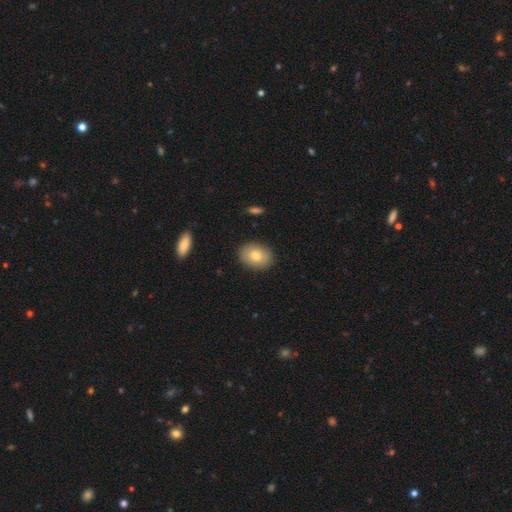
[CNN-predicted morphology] Q: Smooth or featured?
A: smooth (77%); runner-up: featured or disk (14%)
Q: How rounded?
A: in between (63%); runner-up: round (36%)
Q: Merging?
A: none (88%); runner-up: minor disturbance (9%)